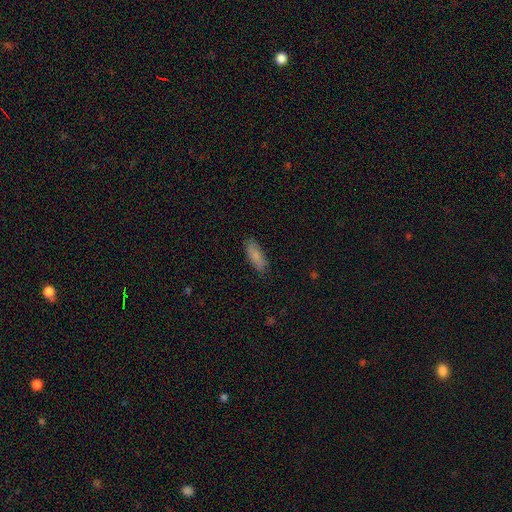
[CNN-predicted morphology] smooth-or-featured: smooth: 84% | featured or disk: 9% | star or artifact: 6%
  how-rounded: in between: 69% | cigar-shaped: 29% | round: 2%
  merging: none: 83% | minor disturbance: 14% | major disturbance: 3% | merger: 1%